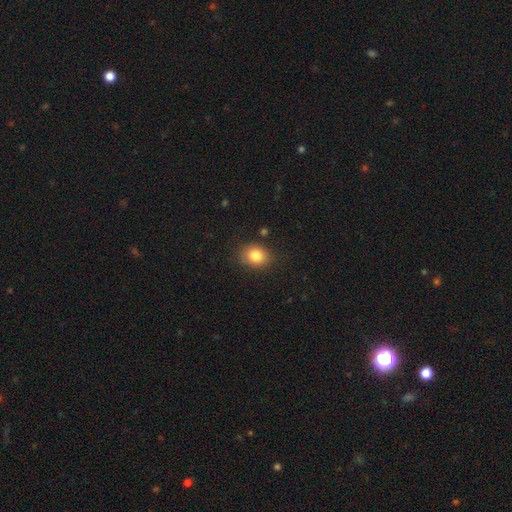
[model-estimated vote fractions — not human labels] This appears to be a smooth galaxy with no disk features (82%) that is round (56%). Merging: none (85%).